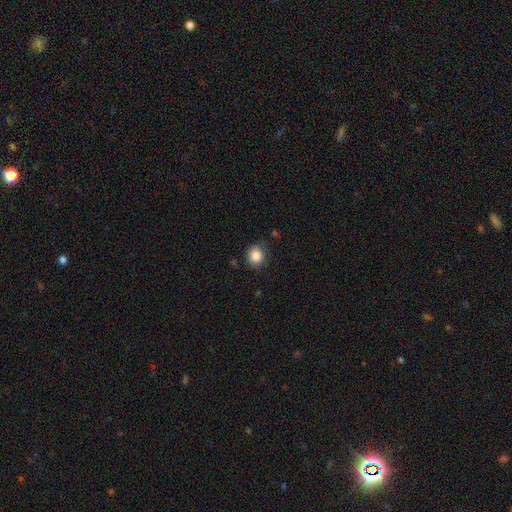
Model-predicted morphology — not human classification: A smooth galaxy with no disk features (85%) that is round (84%). Merging: none (83%).